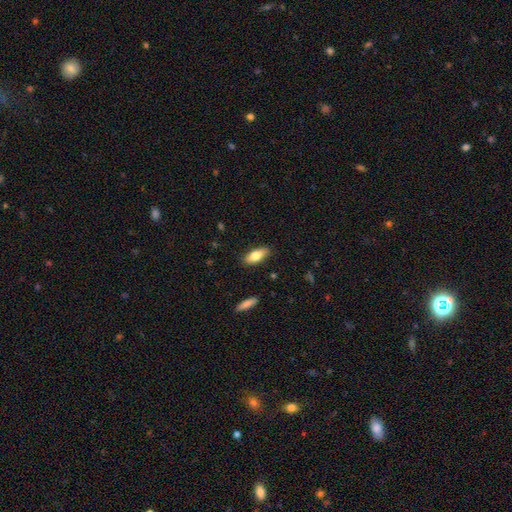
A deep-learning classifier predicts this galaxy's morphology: Smooth or featured?
  - smooth: 75% *
  - featured or disk: 18%
  - star or artifact: 6%
How rounded?
  - in between: 77% *
  - cigar-shaped: 20%
  - round: 2%
Merging?
  - none: 86% *
  - minor disturbance: 10%
  - major disturbance: 2%
  - merger: 1%